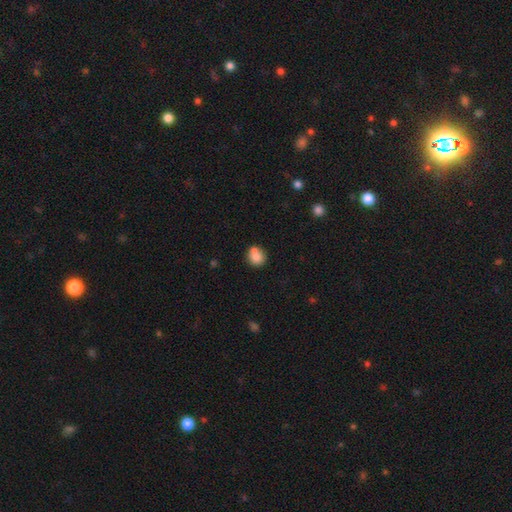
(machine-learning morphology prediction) smooth 79%, featured or disk 11%, star or artifact 9%. Down the decision tree: how rounded — round (82%); merging — none (49%).